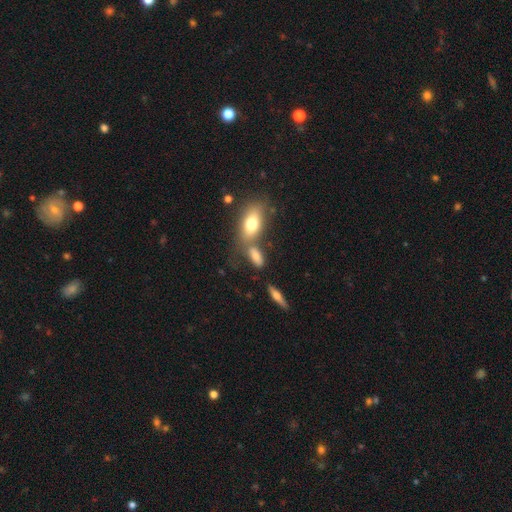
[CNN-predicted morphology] This is likely a smooth galaxy (73%). How rounded: likely in between (79%). Merging: possibly none (52%).